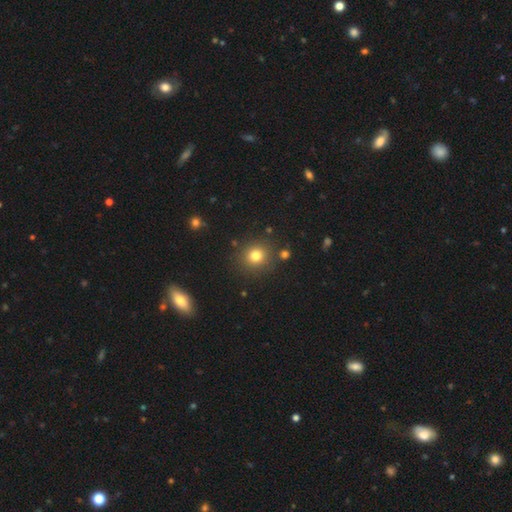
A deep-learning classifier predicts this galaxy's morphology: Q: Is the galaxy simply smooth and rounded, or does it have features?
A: smooth — 79%.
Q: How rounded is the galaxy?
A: round — 89%.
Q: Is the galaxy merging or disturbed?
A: none — 86%.